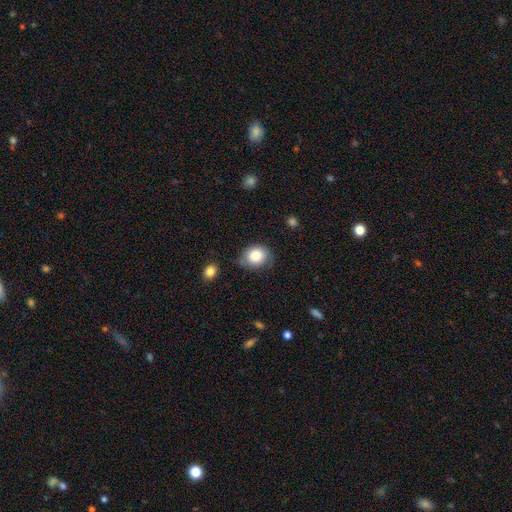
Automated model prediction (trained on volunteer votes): Morphology: type=smooth (81%); roundness=round (61%); merging=none (68%).